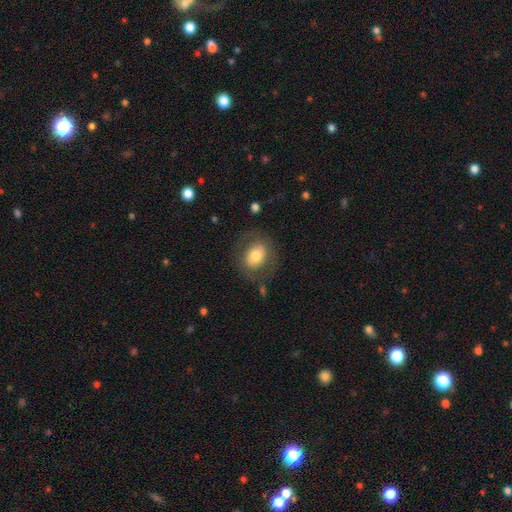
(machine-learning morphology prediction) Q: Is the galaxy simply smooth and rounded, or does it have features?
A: smooth — 68%.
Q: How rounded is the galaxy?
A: round — 51%.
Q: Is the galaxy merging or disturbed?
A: none — 76%.